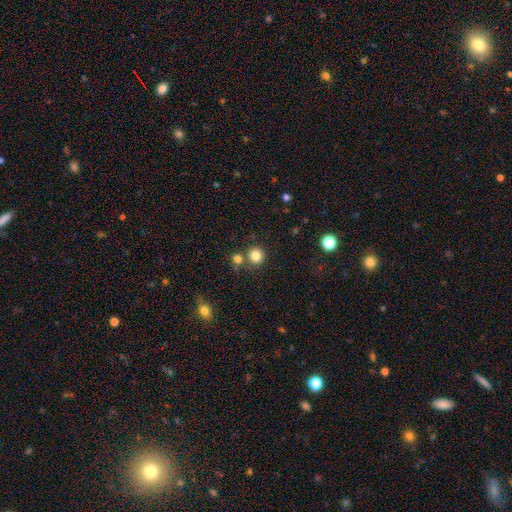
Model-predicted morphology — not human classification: A smooth galaxy with no disk features (83%) that is round (92%). Merging: none (76%).